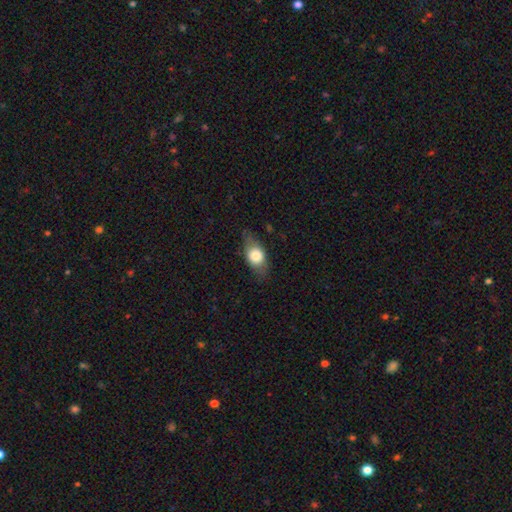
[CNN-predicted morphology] The model was most divided on "smooth or featured": smooth: 69%, featured or disk: 24%, star or artifact: 7%. More confident: how rounded — in between (76%); merging — none (73%).